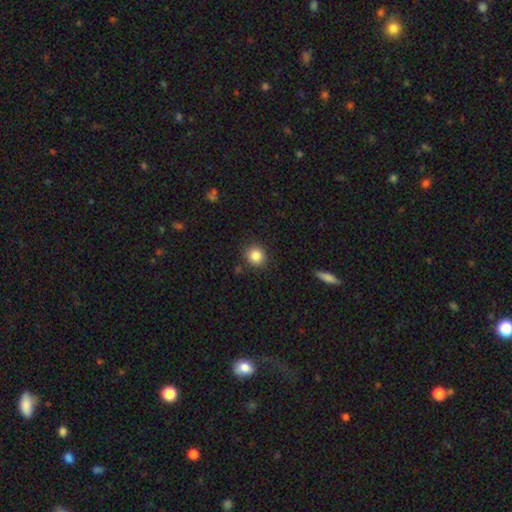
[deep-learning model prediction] smooth 85%, star or artifact 10%, featured or disk 5%. Down the decision tree: how rounded — round (89%); merging — none (89%).